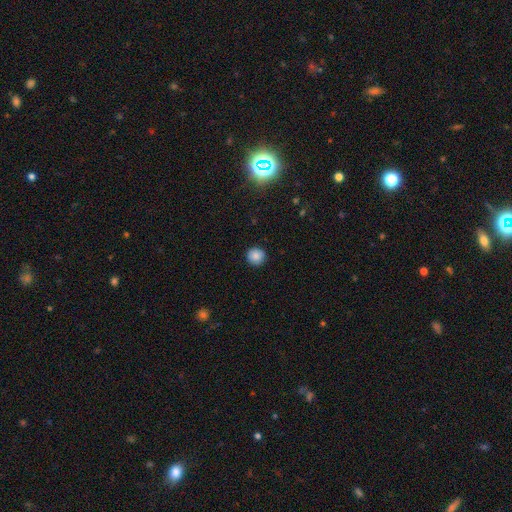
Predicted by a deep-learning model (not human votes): Morphology: type=smooth (84%); roundness=round (95%); merging=none (91%).